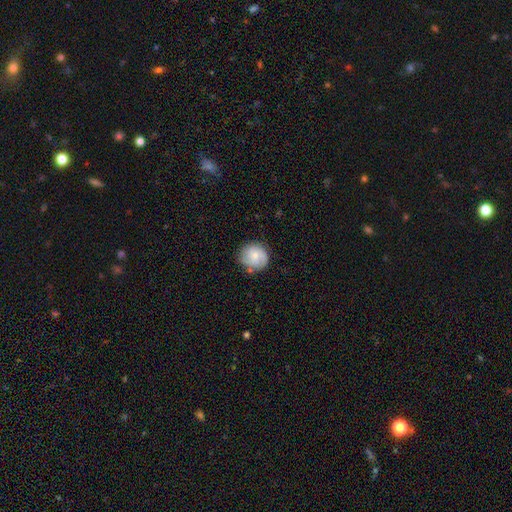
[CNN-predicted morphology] The model was most divided on "smooth or featured": smooth: 67%, featured or disk: 26%, star or artifact: 7%. More confident: how rounded — round (89%); merging — none (74%).